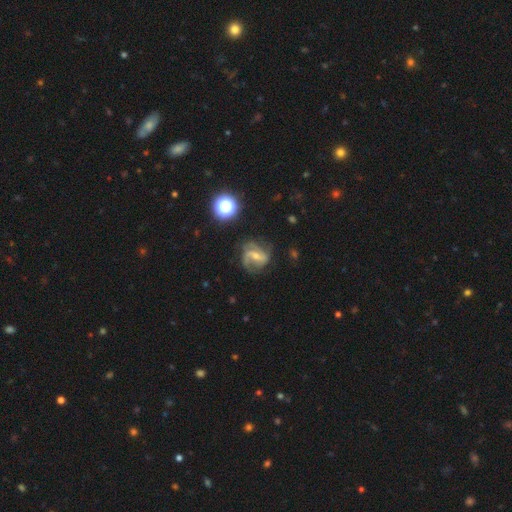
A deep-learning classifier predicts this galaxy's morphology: smooth-or-featured: featured or disk: 82% | smooth: 10% | star or artifact: 8%
  disk-edge-on: no: 97% | yes: 3%
    bar: weak: 44% | strong: 36% | no: 20%
    has-spiral-arms: yes: 95% | no: 5%
      spiral-winding: medium: 47% | loose: 36% | tight: 17%
      spiral-arm-count: 2: 67% | 3: 12% | can't tell: 9% | 1: 8% | 4: 2% | more than 4: 2%
    bulge-size: small: 52% | moderate: 41% | none: 4% | large: 2% | dominant: 1%
  merging: none: 63% | minor disturbance: 20% | major disturbance: 14% | merger: 2%